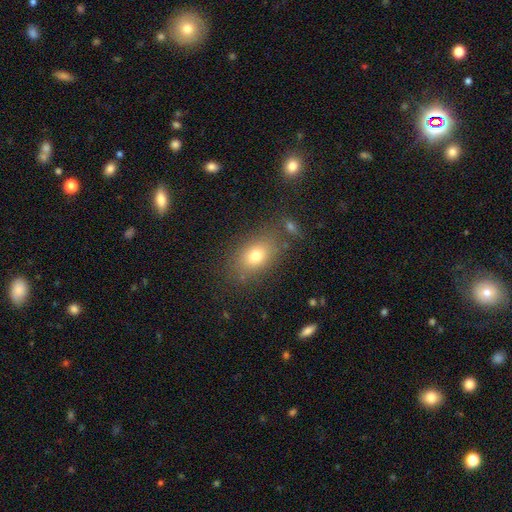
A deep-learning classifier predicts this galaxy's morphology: A smooth galaxy with no disk features (76%) that is in between round and cigar-shaped (78%). Merging: none (76%).